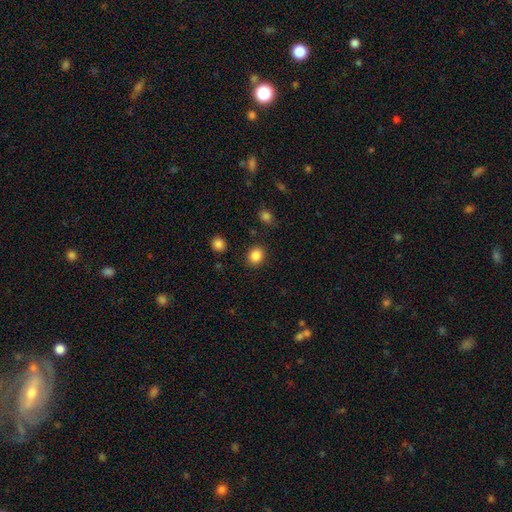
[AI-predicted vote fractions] smooth_or_featured: smooth (p=0.85) [alt: star or artifact p=0.10]
how_rounded: round (p=0.71) [alt: in between p=0.28]
merging: none (p=0.88) [alt: minor disturbance p=0.07]